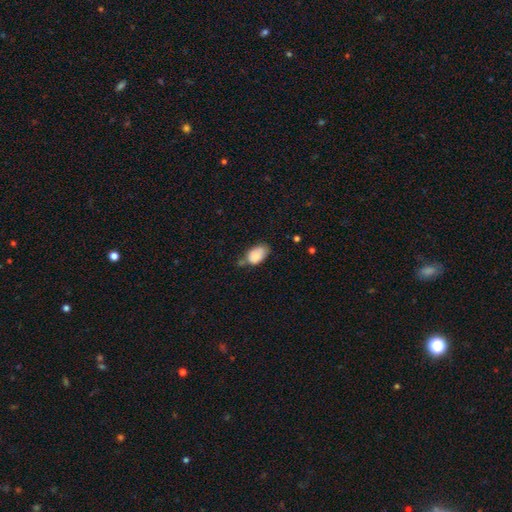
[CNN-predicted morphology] type=smooth (83%); roundness=in between (91%); merging=none (49%).